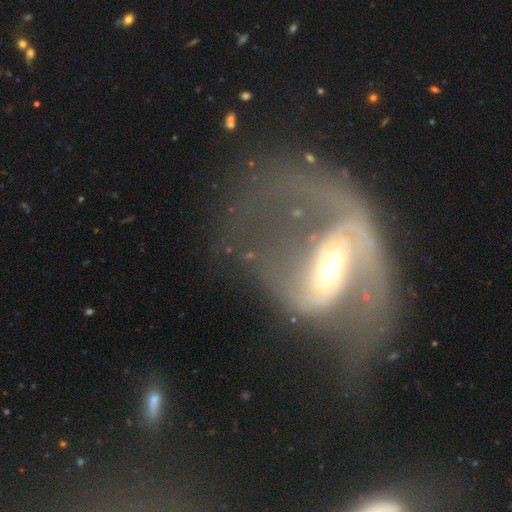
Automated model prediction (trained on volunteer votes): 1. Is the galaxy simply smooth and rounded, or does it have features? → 82% featured or disk, 11% smooth, 7% star or artifact.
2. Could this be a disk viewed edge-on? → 95% no, 5% yes.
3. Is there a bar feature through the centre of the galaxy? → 40% strong, 38% weak, 22% no.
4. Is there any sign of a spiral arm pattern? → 80% yes, 20% no.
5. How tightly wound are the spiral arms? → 46% loose, 38% medium, 15% tight.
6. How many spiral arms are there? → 64% 2, 19% 1, 12% can't tell, 2% 3, 1% 4, 1% more than 4.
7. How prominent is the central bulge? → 55% moderate, 33% small, 8% large, 2% none, 2% dominant.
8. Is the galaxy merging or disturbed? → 50% major disturbance, 26% none, 15% minor disturbance, 9% merger.